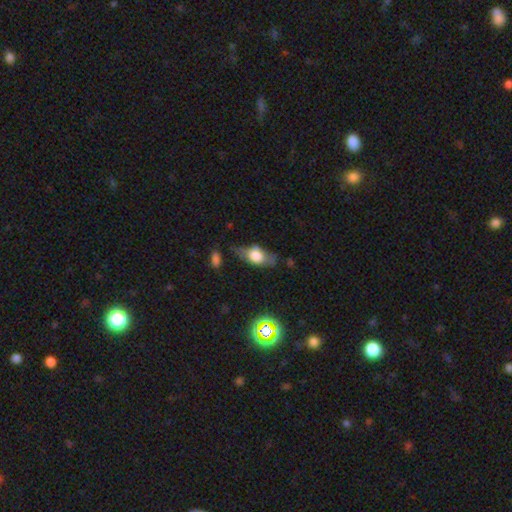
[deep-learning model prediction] Overall: smooth (53%; featured or disk 37%). How rounded: in between (77%). Merging: none (61%; minor disturbance 26%).